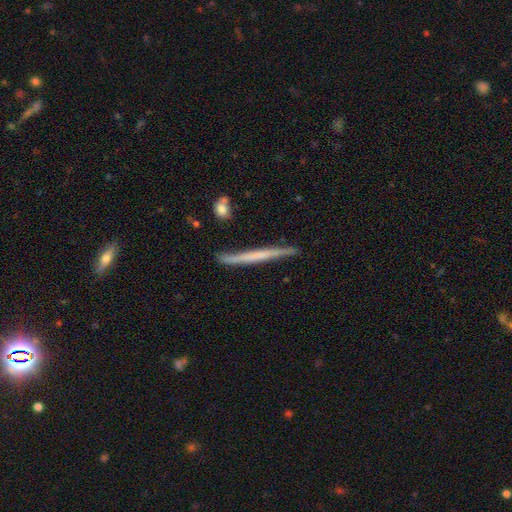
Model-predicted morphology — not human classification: type=featured or disk (55%); edge-on=yes (96%); edge-on bulge=none (81%); merging=none (85%).